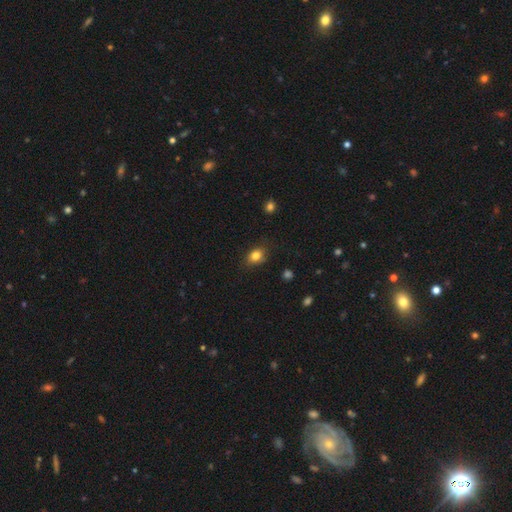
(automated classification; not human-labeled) smooth 83%, star or artifact 11%, featured or disk 7%. Down the decision tree: how rounded — in between (59%); merging — none (78%).